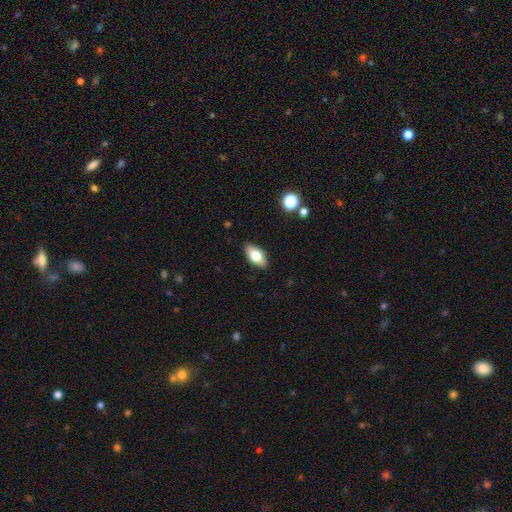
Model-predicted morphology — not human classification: The model was most divided on "smooth or featured": smooth: 77%, featured or disk: 15%, star or artifact: 7%. More confident: how rounded — in between (91%); merging — none (88%).